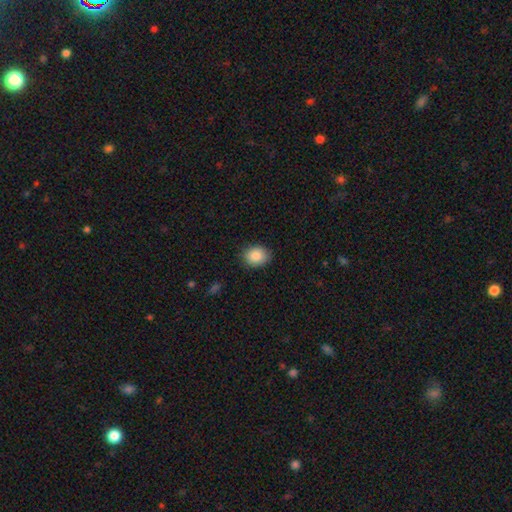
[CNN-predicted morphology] Smooth or featured?
  - smooth: 86% *
  - star or artifact: 8%
  - featured or disk: 6%
How rounded?
  - round: 51% *
  - in between: 48%
  - cigar-shaped: 1%
Merging?
  - none: 86% *
  - minor disturbance: 11%
  - major disturbance: 2%
  - merger: 1%